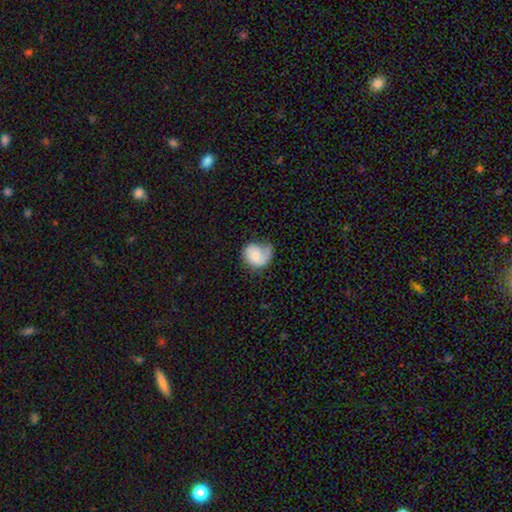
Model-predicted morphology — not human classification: Q: Smooth or featured?
A: featured or disk (54%); runner-up: smooth (39%)
Q: Edge-on disk?
A: no (98%); runner-up: yes (2%)
Q: Bar?
A: no (71%); runner-up: weak (25%)
Q: Spiral arms?
A: yes (89%); runner-up: no (11%)
Q: Bulge size?
A: moderate (46%); runner-up: small (42%)
Q: Merging?
A: none (48%); runner-up: minor disturbance (28%)